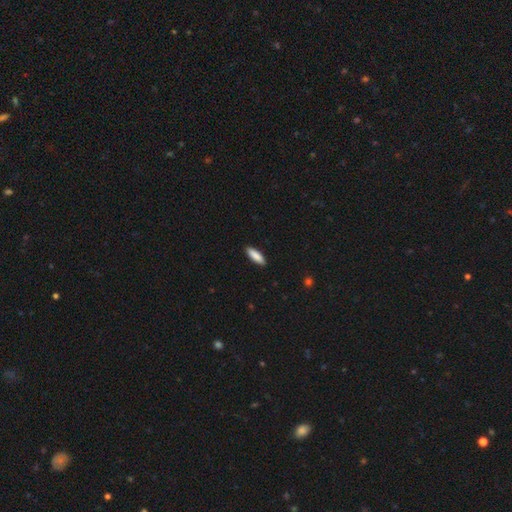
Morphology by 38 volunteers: This is clearly a smooth galaxy (87%). How rounded: possibly in between (58%). Merging: clearly none (97%).